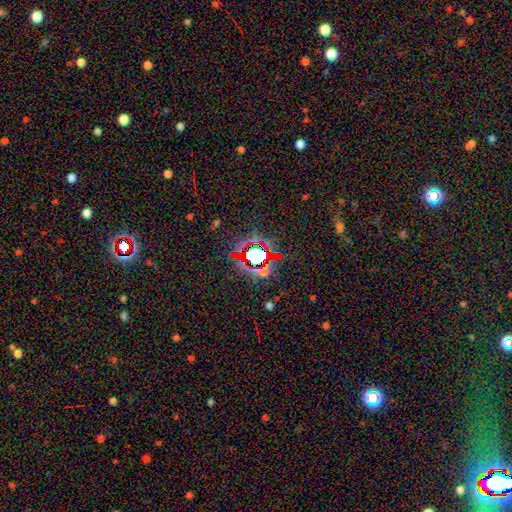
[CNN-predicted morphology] This is likely a star or artifact rather than a galaxy (71%).